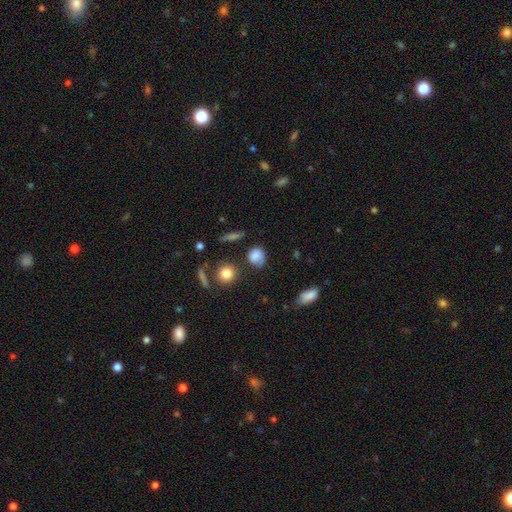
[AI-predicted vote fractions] Overall: smooth (78%). How rounded: round (58%; in between 40%). Merging: none (57%; minor disturbance 28%).